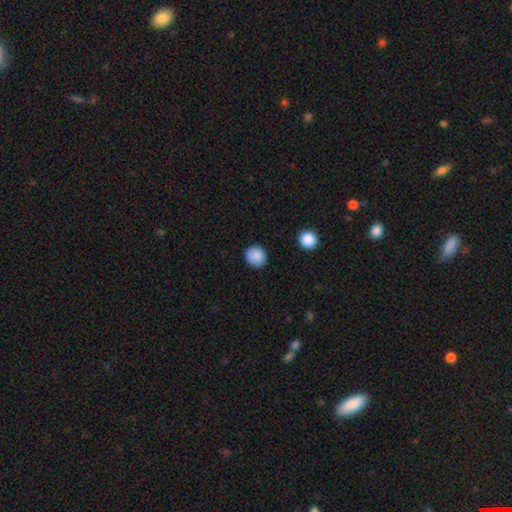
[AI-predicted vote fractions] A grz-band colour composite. It shows a smooth galaxy with no disk features (87%) that is round (86%). Merging: none (86%).